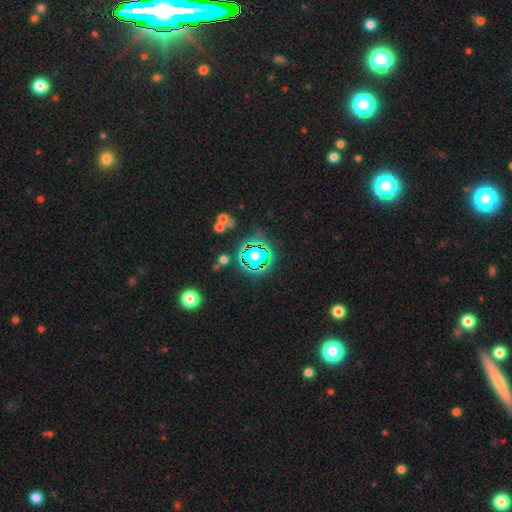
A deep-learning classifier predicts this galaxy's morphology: smooth_or_featured: star or artifact (p=0.59) [alt: smooth p=0.25]